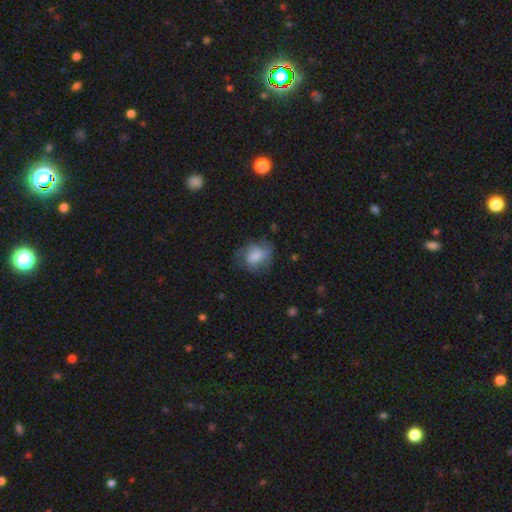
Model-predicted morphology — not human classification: Smooth or featured: smooth — 63% (featured or disk — 28%)
How rounded: round — 52% (in between — 46%)
Merging: none — 51% (minor disturbance — 27%)